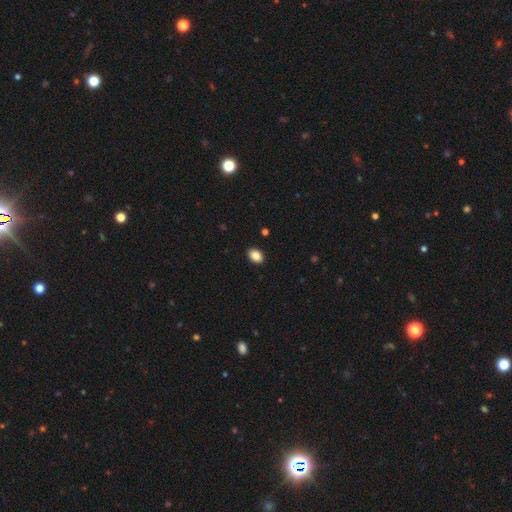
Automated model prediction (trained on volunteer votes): The model was most divided on "how rounded": in between: 76%, round: 23%, cigar-shaped: 1%. More confident: merging — none (91%); smooth or featured — smooth (87%).